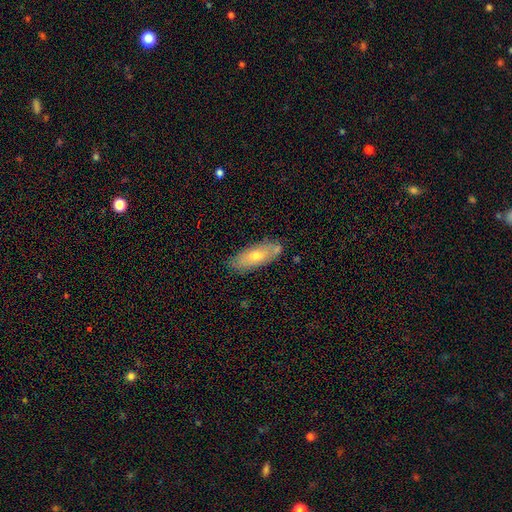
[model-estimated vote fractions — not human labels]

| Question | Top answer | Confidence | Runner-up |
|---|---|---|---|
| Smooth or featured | smooth | 63% | featured or disk (31%) |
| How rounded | in between | 71% | cigar-shaped (26%) |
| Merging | none | 77% | minor disturbance (15%) |